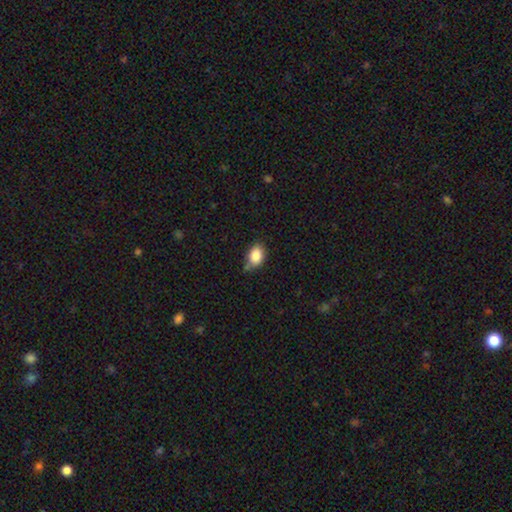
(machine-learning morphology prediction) A smooth galaxy with no disk features (86%) that is in between round and cigar-shaped (83%).

Vote fractions:
- Smooth or featured? smooth: 86% / star or artifact: 8% / featured or disk: 5%
- How rounded? in between: 83% / round: 15% / cigar-shaped: 2%
- Merging? none: 66% / minor disturbance: 25% / merger: 5% / major disturbance: 4%